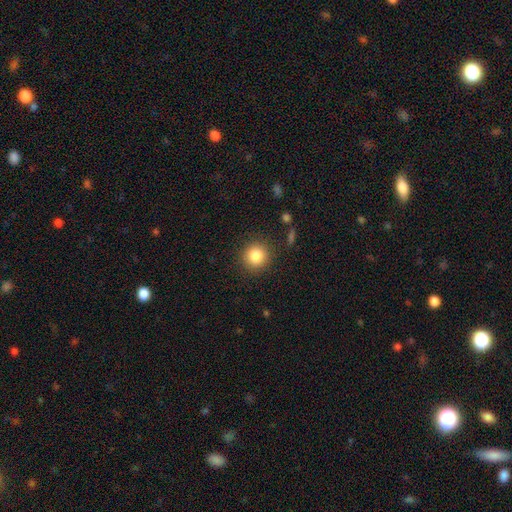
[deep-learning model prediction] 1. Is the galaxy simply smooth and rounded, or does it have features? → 84% smooth, 10% star or artifact, 6% featured or disk.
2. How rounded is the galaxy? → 92% round, 7% in between, 1% cigar-shaped.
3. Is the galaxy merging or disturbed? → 88% none, 7% minor disturbance, 3% major disturbance, 1% merger.